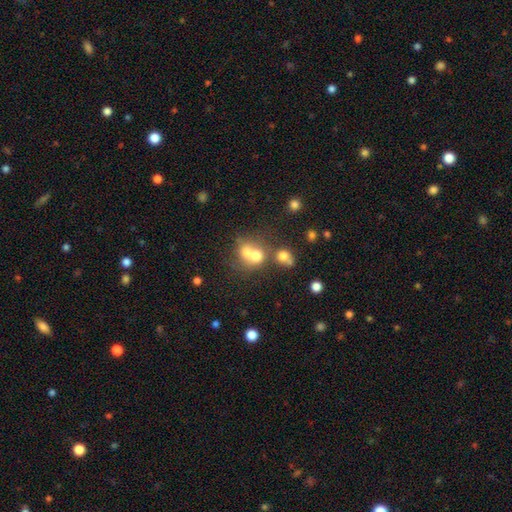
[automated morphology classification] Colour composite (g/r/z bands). It shows a smooth galaxy with no disk features (66%) that is round (74%). Merging: merger (61%).